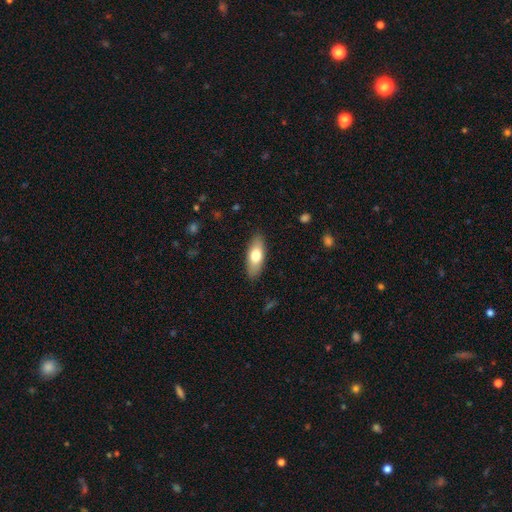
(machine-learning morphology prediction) Smooth or featured? smooth (70%)
How rounded? in between (75%)
Merging? none (88%)